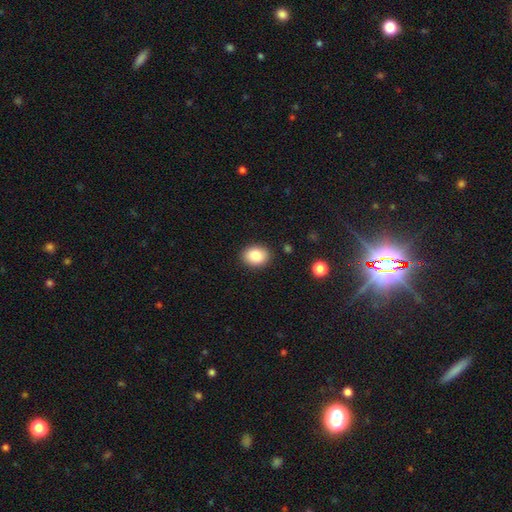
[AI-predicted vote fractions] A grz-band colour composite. It shows a smooth galaxy with no disk features (85%) that is in between round and cigar-shaped (58%). Merging: none (88%).